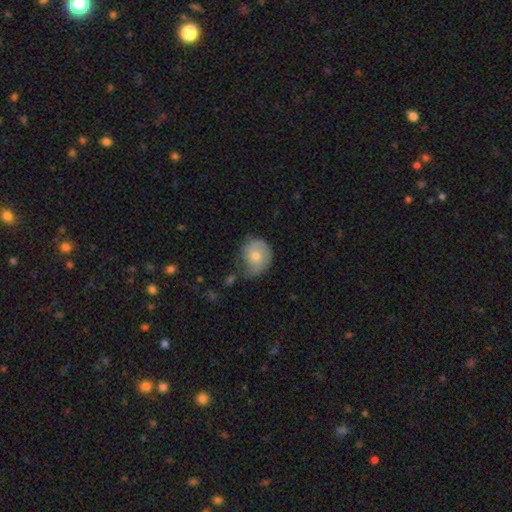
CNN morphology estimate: Smooth or featured? Predicted: smooth (p=0.58). How rounded? Predicted: round (p=0.68). Merging? Predicted: none (p=0.48).